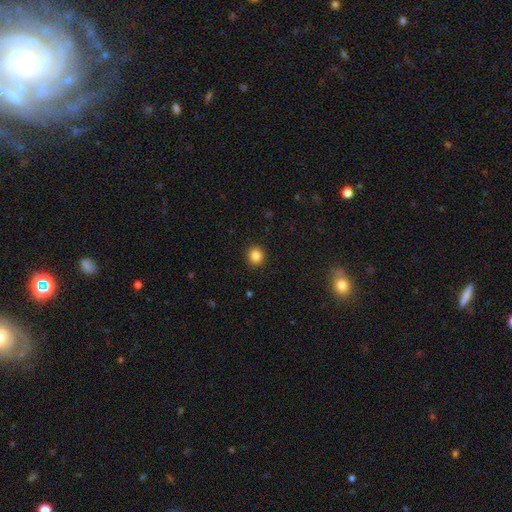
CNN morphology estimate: Smooth or featured: smooth — 85% (star or artifact — 11%)
How rounded: round — 91% (in between — 8%)
Merging: none — 92% (minor disturbance — 5%)